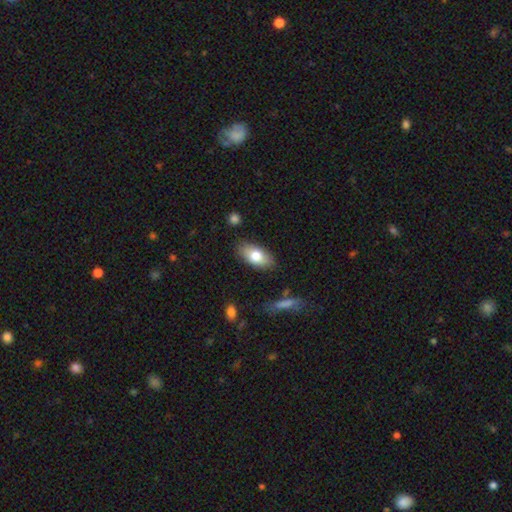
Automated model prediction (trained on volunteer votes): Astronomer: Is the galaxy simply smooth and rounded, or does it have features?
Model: smooth — 75%.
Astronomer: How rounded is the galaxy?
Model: in between — 90%.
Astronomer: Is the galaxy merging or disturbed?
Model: none — 85%.